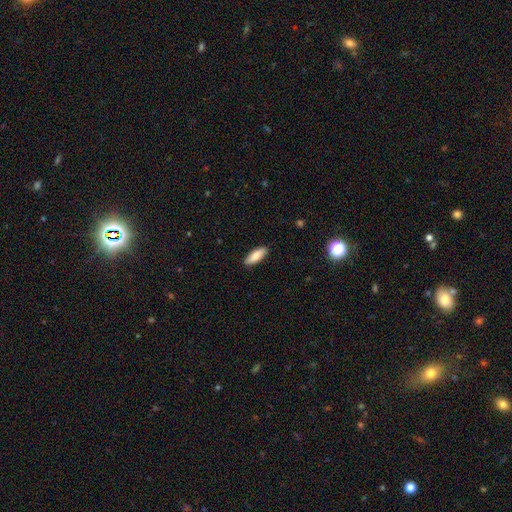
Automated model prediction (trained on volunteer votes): Q: Smooth or featured?
A: smooth (84%); runner-up: featured or disk (10%)
Q: How rounded?
A: in between (68%); runner-up: cigar-shaped (30%)
Q: Merging?
A: none (88%); runner-up: minor disturbance (9%)